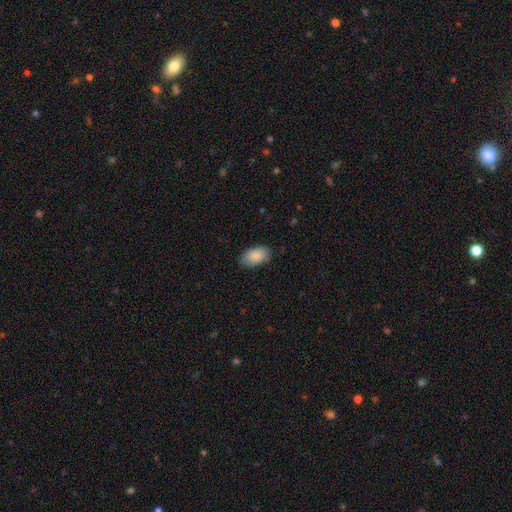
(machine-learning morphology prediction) A smooth galaxy with no disk features (89%) that is in between round and cigar-shaped (95%). Merging: none (83%).